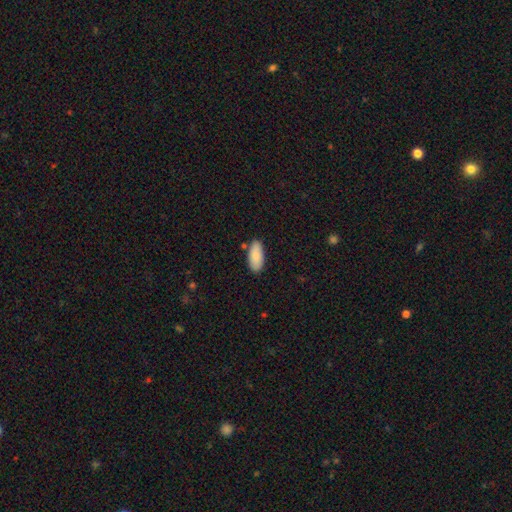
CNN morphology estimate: A smooth galaxy with no disk features (88%) that is in between round and cigar-shaped (88%).

Vote fractions:
- Smooth or featured? smooth: 88% / star or artifact: 6% / featured or disk: 6%
- How rounded? in between: 88% / cigar-shaped: 10% / round: 2%
- Merging? none: 83% / minor disturbance: 12% / merger: 3% / major disturbance: 2%